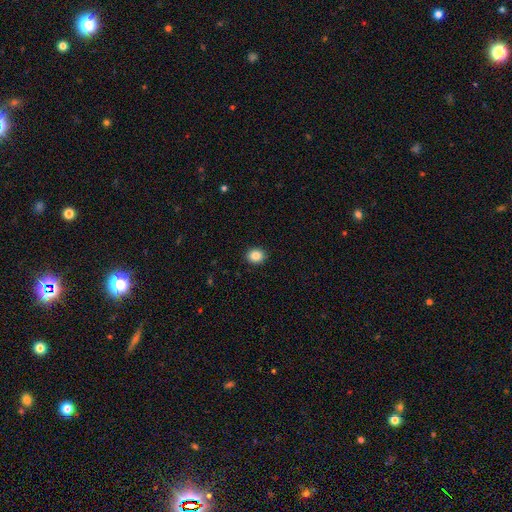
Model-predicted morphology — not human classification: Overall: smooth (86%). How rounded: round (73%). Merging: none (92%).